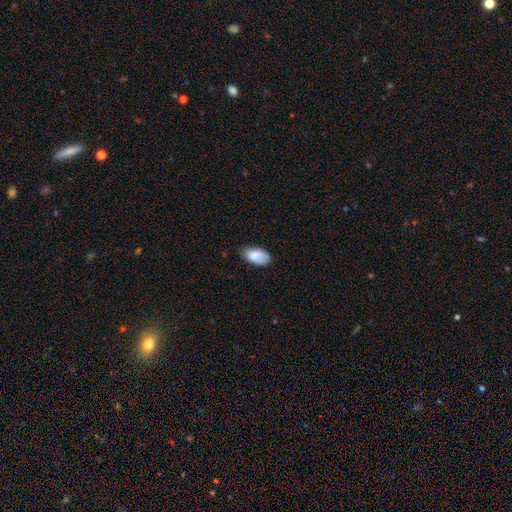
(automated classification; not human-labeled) Morphology: type=smooth (81%); roundness=in between (94%); merging=none (61%).